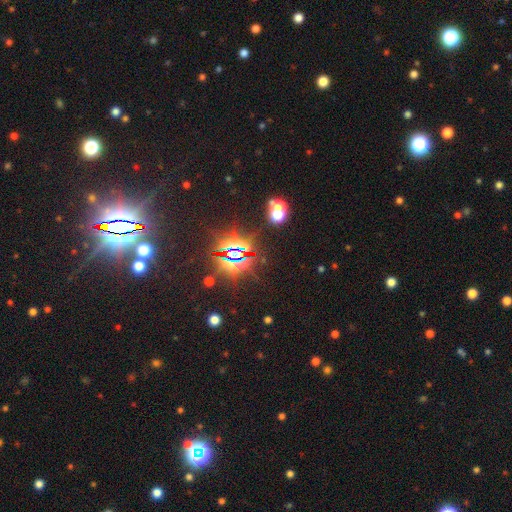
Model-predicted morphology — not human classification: Smooth or featured?
  - star or artifact: 83% *
  - smooth: 10%
  - featured or disk: 7%